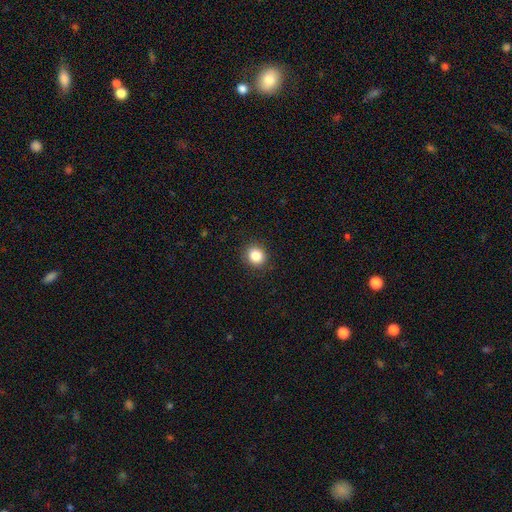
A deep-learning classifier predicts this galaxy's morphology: smooth-or-featured: smooth: 85% | star or artifact: 11% | featured or disk: 4%
  how-rounded: round: 83% | in between: 16% | cigar-shaped: 1%
  merging: none: 90% | minor disturbance: 7% | major disturbance: 2% | merger: 1%